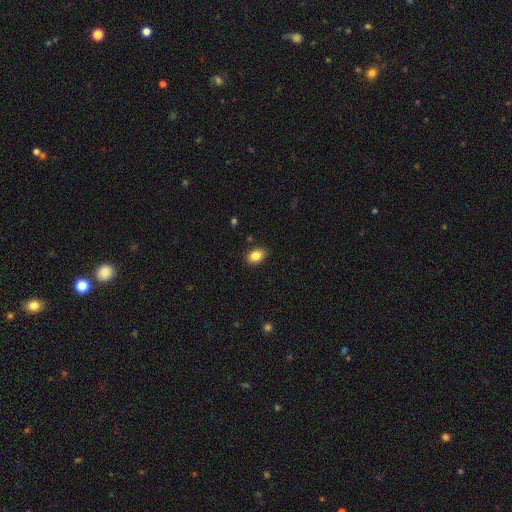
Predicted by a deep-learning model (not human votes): smooth-or-featured: smooth: 85% | star or artifact: 9% | featured or disk: 7%
  how-rounded: in between: 81% | round: 18% | cigar-shaped: 1%
  merging: none: 88% | minor disturbance: 9% | major disturbance: 2% | merger: 1%